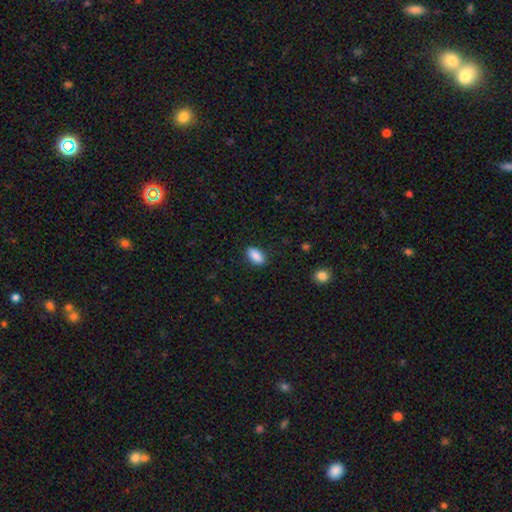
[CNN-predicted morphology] Q: Smooth or featured?
A: smooth (89%); runner-up: star or artifact (7%)
Q: How rounded?
A: in between (92%); runner-up: cigar-shaped (4%)
Q: Merging?
A: none (87%); runner-up: minor disturbance (9%)